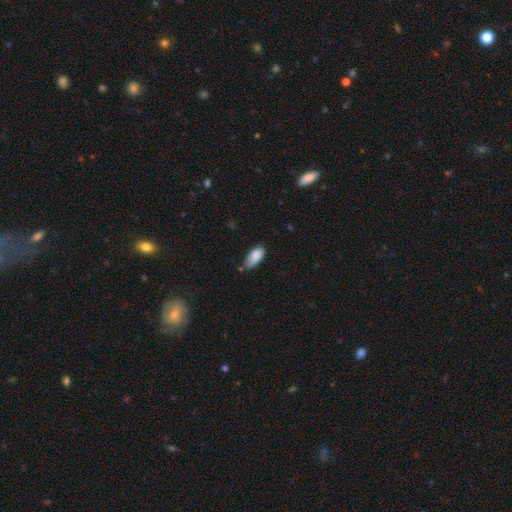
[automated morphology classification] A smooth galaxy with no disk features (87%) that is in between round and cigar-shaped (89%). Merging: none (50%).